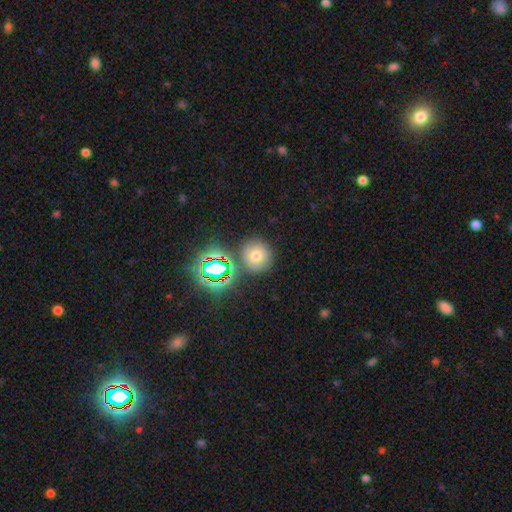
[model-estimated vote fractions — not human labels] A smooth galaxy with no disk features (63%) that is round (91%). Merging: none (78%).